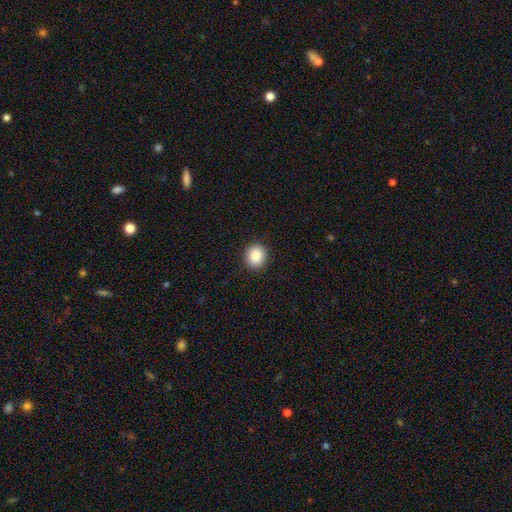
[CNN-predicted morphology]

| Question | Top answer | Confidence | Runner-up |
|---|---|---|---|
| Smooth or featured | smooth | 86% | star or artifact (9%) |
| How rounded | round | 82% | in between (17%) |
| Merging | none | 91% | minor disturbance (6%) |